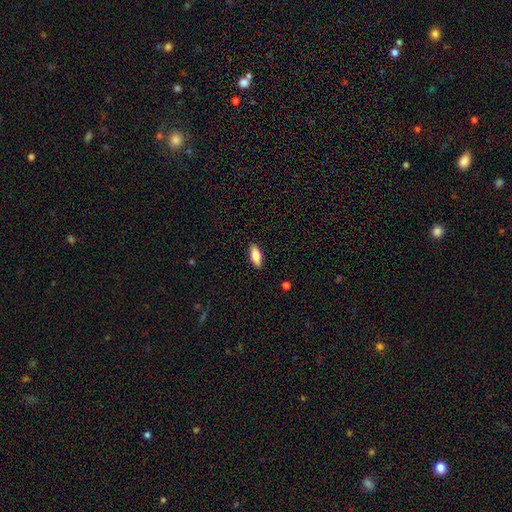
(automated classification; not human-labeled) Q: Smooth or featured?
A: smooth (77%); runner-up: featured or disk (17%)
Q: How rounded?
A: in between (79%); runner-up: cigar-shaped (19%)
Q: Merging?
A: none (89%); runner-up: minor disturbance (8%)